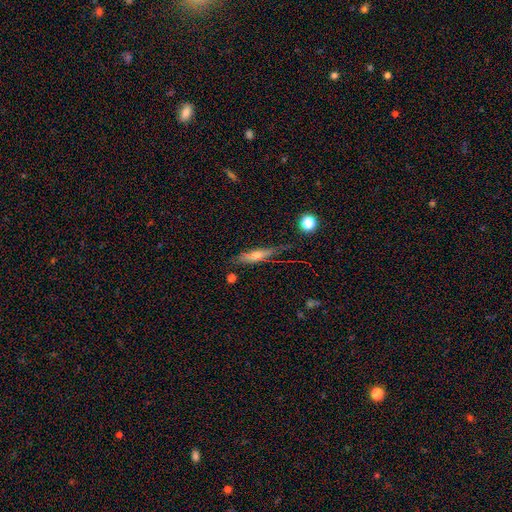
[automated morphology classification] A smooth galaxy with no disk features (55%) that is cigar-shaped (70%).

Vote fractions:
- Smooth or featured? smooth: 55% / featured or disk: 33% / star or artifact: 12%
- How rounded? cigar-shaped: 70% / in between: 26% / round: 4%
- Merging? none: 70% / minor disturbance: 20% / major disturbance: 7% / merger: 4%